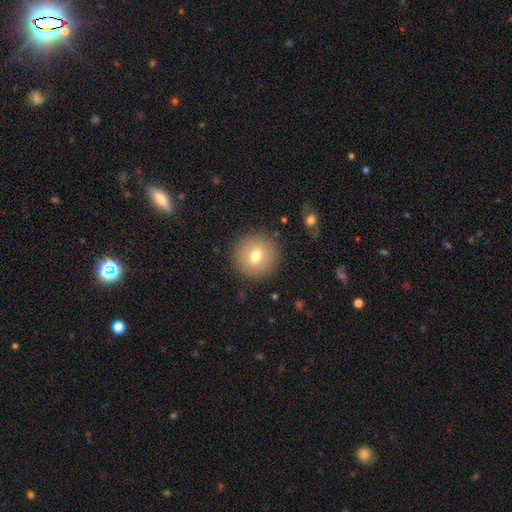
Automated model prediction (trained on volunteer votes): Smooth or featured? Predicted: smooth (p=0.72). How rounded? Predicted: round (p=0.92). Merging? Predicted: none (p=0.88).